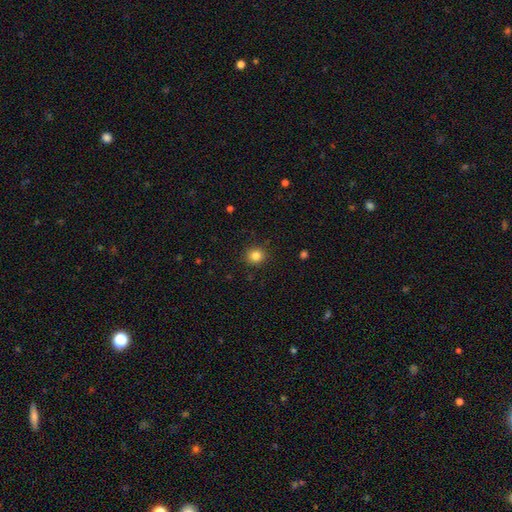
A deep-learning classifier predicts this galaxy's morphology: A smooth galaxy with no disk features (83%) that is round (86%).

Vote fractions:
- Smooth or featured? smooth: 83% / star or artifact: 12% / featured or disk: 5%
- How rounded? round: 86% / in between: 13% / cigar-shaped: 1%
- Merging? none: 90% / minor disturbance: 7% / major disturbance: 2% / merger: 1%